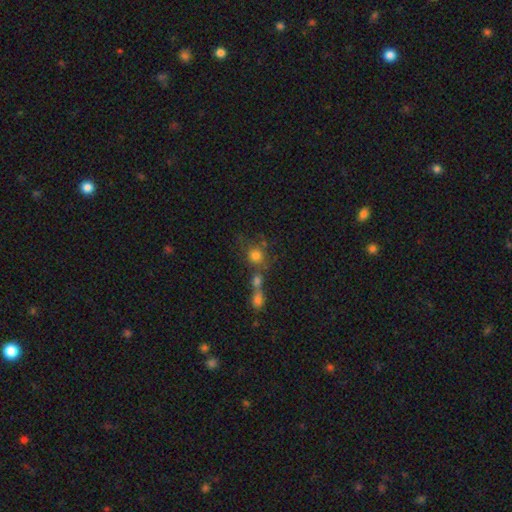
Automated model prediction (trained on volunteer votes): A smooth galaxy with no disk features (74%) that is round (85%).

Vote fractions:
- Smooth or featured? smooth: 74% / star or artifact: 14% / featured or disk: 12%
- How rounded? round: 85% / in between: 14% / cigar-shaped: 2%
- Merging? none: 49% / merger: 33% / minor disturbance: 11% / major disturbance: 7%